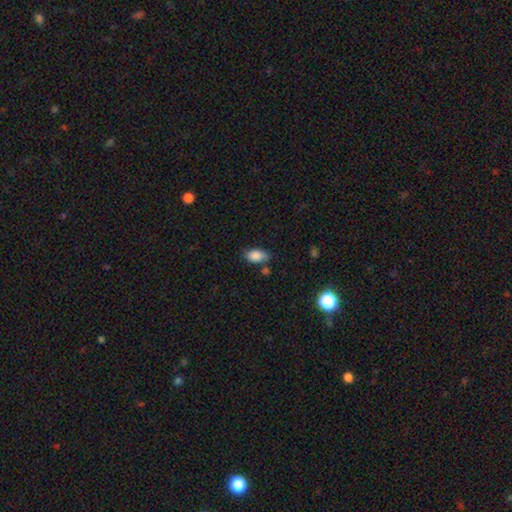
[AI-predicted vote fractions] Q: Smooth or featured?
A: smooth (86%); runner-up: star or artifact (8%)
Q: How rounded?
A: in between (90%); runner-up: round (7%)
Q: Merging?
A: none (61%); runner-up: minor disturbance (26%)